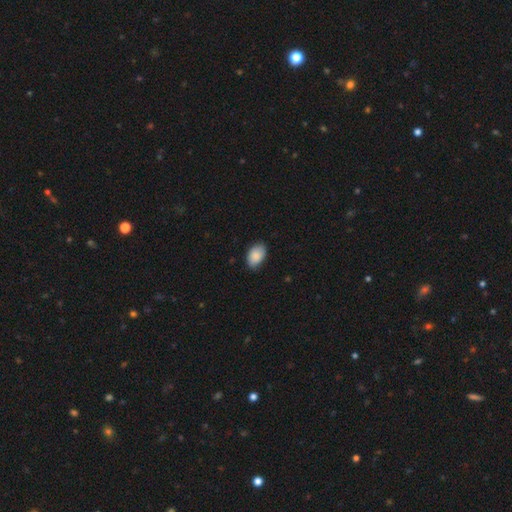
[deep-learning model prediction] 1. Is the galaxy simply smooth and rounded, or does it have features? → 88% smooth, 6% star or artifact, 6% featured or disk.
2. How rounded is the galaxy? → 89% in between, 10% round, 1% cigar-shaped.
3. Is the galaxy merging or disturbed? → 78% none, 19% minor disturbance, 3% major disturbance, 1% merger.